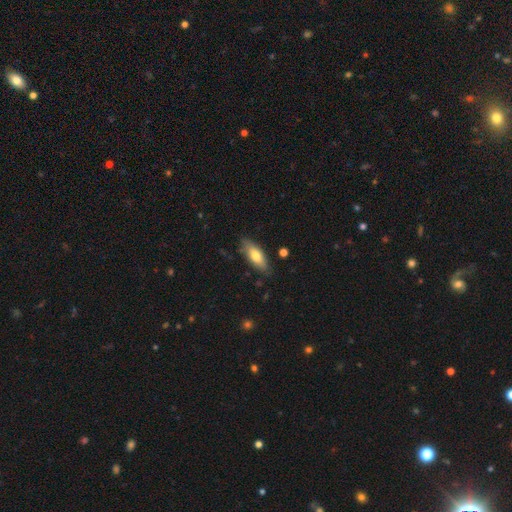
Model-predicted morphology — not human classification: type=smooth (70%); roundness=in between (67%); merging=none (81%).